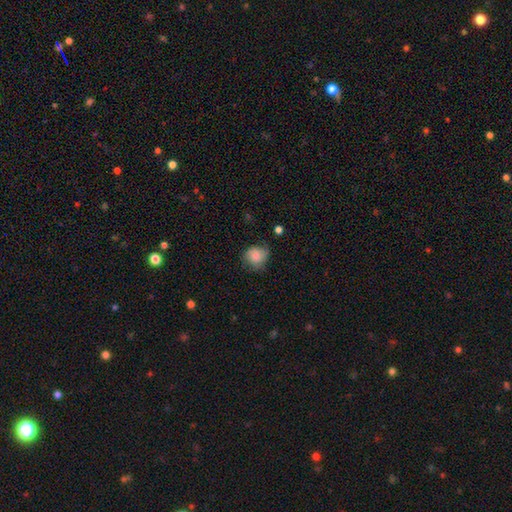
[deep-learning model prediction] Overall: smooth (79%). How rounded: round (76%). Merging: none (58%; minor disturbance 31%).